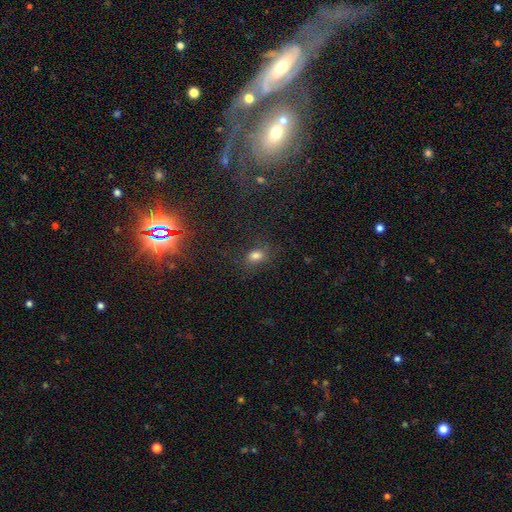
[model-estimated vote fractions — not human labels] This appears to be a smooth galaxy with no disk features (73%) that is in between round and cigar-shaped (68%). Merging: none (72%).